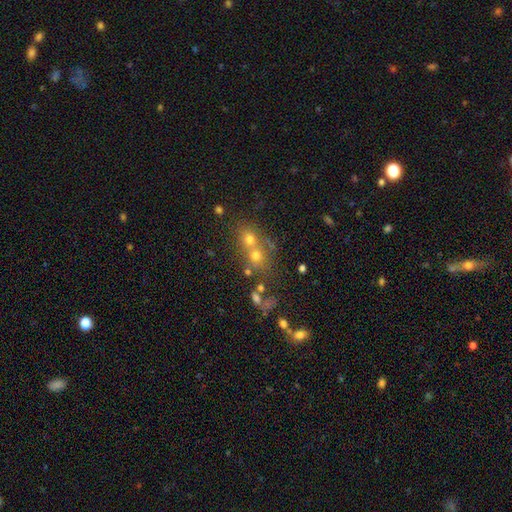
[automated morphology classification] smooth_or_featured: smooth (p=0.62) [alt: star or artifact p=0.20]
how_rounded: round (p=0.76) [alt: in between p=0.23]
merging: merger (p=0.53) [alt: none p=0.36]